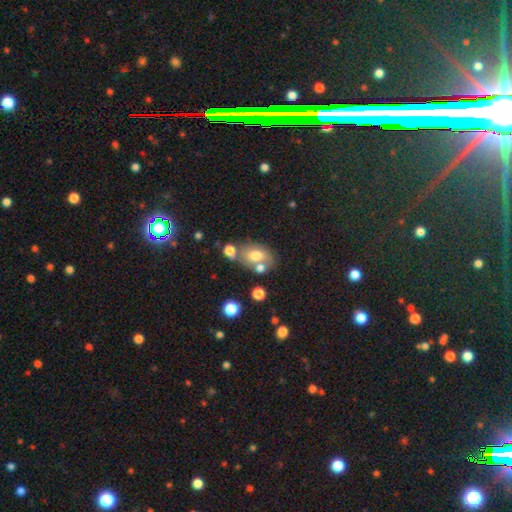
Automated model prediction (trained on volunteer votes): Overall: smooth (67%). How rounded: in between (78%). Merging: none (50%; merger 26%).